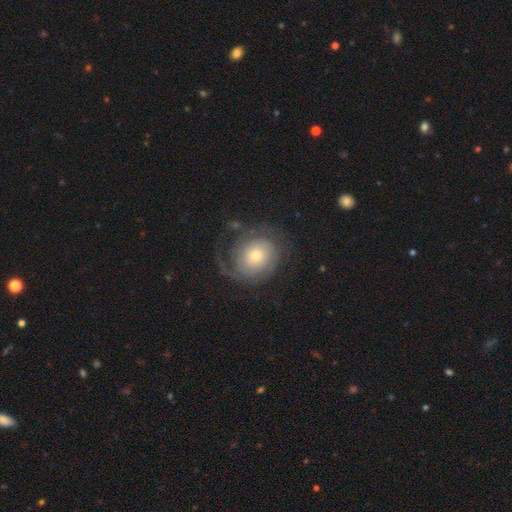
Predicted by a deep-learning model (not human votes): A featured or disk galaxy (61%) with no bar (79%), spiral arms (82%) and a small central bulge (49%).

Vote fractions:
- Smooth or featured? featured or disk: 61% / smooth: 31% / star or artifact: 8%
- Edge-on disk? no: 97% / yes: 3%
- Bar? no: 79% / weak: 17% / strong: 4%
- Spiral arms? yes: 82% / no: 18%
- Bulge size? small: 49% / moderate: 41% / large: 7% / dominant: 2% / none: 1%
- Merging? none: 61% / major disturbance: 20% / minor disturbance: 17% / merger: 2%